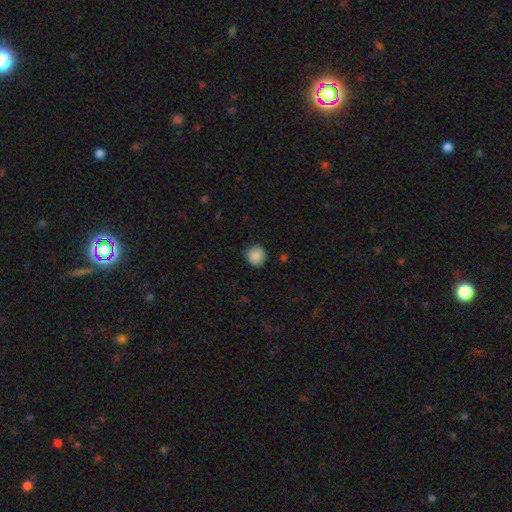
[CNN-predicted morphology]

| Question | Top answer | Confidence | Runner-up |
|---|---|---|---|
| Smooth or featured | smooth | 89% | star or artifact (8%) |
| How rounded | round | 92% | in between (7%) |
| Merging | none | 89% | minor disturbance (8%) |